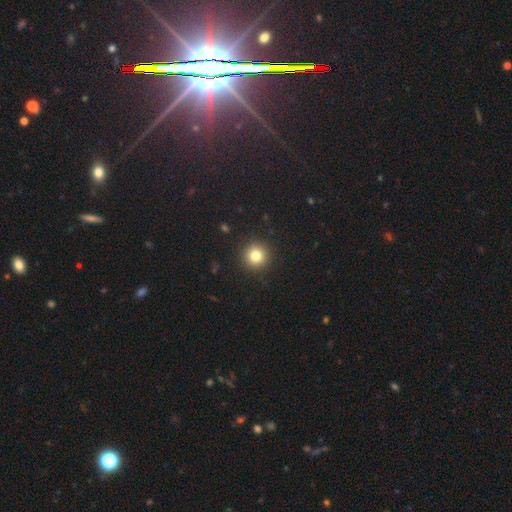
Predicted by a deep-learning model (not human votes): Q: Smooth or featured?
A: smooth (81%); runner-up: star or artifact (12%)
Q: How rounded?
A: round (95%); runner-up: in between (4%)
Q: Merging?
A: none (92%); runner-up: minor disturbance (5%)